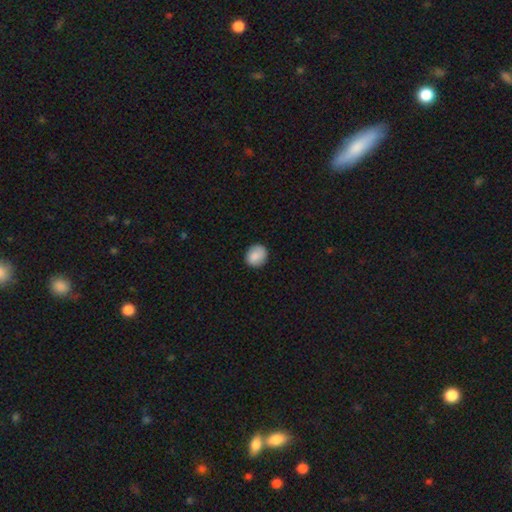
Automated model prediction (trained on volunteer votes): Smooth or featured? Predicted: smooth (p=0.86). How rounded? Predicted: round (p=0.73). Merging? Predicted: none (p=0.85).